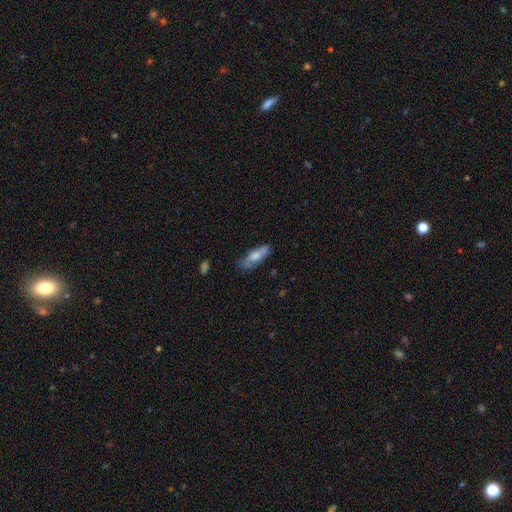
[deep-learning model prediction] smooth_or_featured: smooth (p=0.67) [alt: featured or disk p=0.27]
how_rounded: in between (p=0.55) [alt: cigar-shaped p=0.43]
merging: none (p=0.63) [alt: minor disturbance p=0.27]